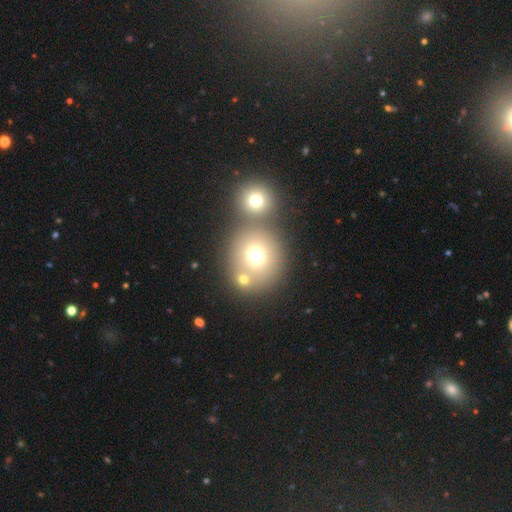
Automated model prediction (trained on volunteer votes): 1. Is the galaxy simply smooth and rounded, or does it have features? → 69% smooth, 16% star or artifact, 15% featured or disk.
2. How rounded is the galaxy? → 83% round, 16% in between, 1% cigar-shaped.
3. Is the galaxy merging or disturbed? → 46% none, 43% merger, 7% minor disturbance, 4% major disturbance.